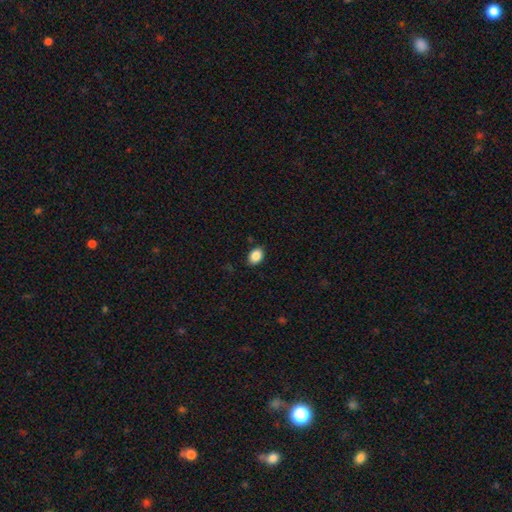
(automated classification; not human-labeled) A smooth galaxy with no disk features (88%) that is in between round and cigar-shaped (75%).

Vote fractions:
- Smooth or featured? smooth: 88% / star or artifact: 8% / featured or disk: 4%
- How rounded? in between: 75% / round: 24% / cigar-shaped: 1%
- Merging? none: 88% / minor disturbance: 9% / major disturbance: 2% / merger: 1%